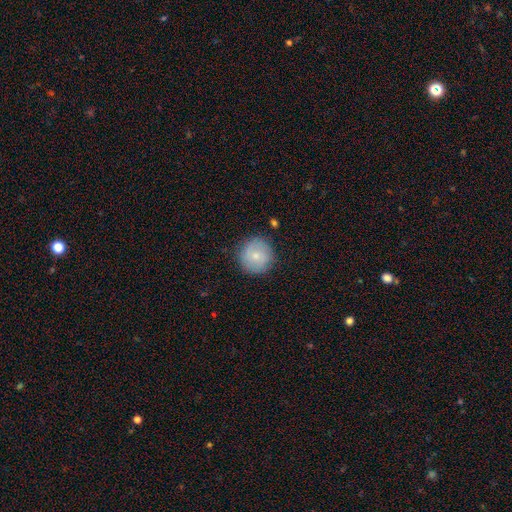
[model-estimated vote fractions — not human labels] smooth 74%, featured or disk 19%, star or artifact 7%. Down the decision tree: how rounded — round (94%); merging — none (85%).